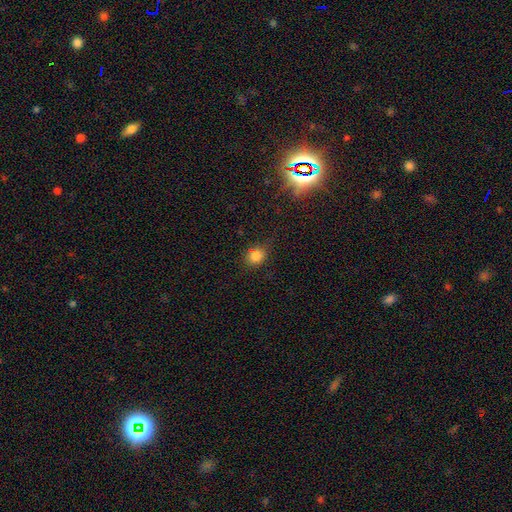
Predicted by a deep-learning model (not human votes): smooth-or-featured: smooth: 79% | star or artifact: 16% | featured or disk: 6%
  how-rounded: round: 70% | in between: 29% | cigar-shaped: 1%
  merging: none: 75% | minor disturbance: 16% | merger: 5% | major disturbance: 5%